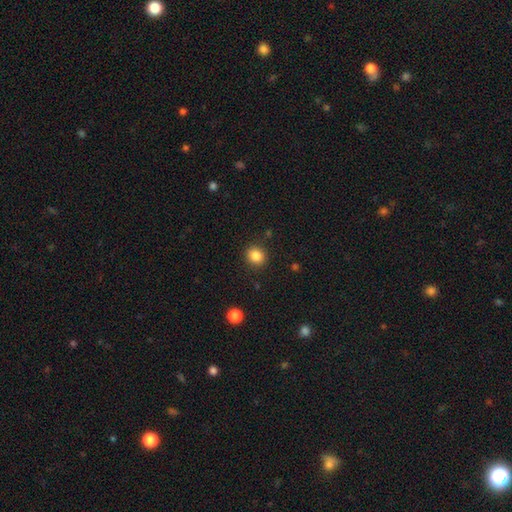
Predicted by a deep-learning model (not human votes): Smooth or featured: smooth — 85% (star or artifact — 11%)
How rounded: round — 81% (in between — 18%)
Merging: none — 89% (minor disturbance — 7%)